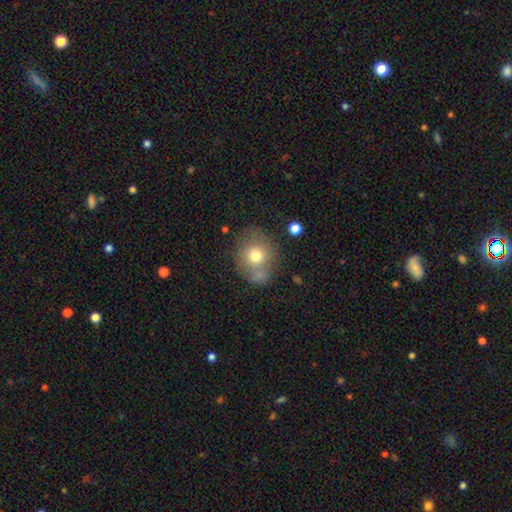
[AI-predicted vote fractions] Smooth or featured? Predicted: smooth (p=0.72). How rounded? Predicted: round (p=0.75). Merging? Predicted: none (p=0.63).